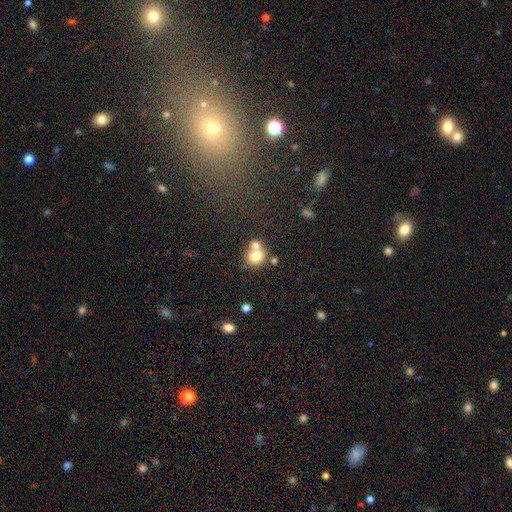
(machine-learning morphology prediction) Overall: smooth (75%). How rounded: round (83%). Merging: merger (47%; none 42%).